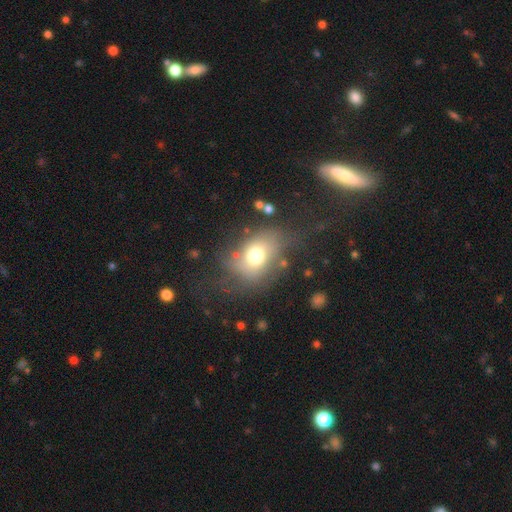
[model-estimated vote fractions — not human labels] smooth-or-featured: smooth: 63% | featured or disk: 24% | star or artifact: 13%
  how-rounded: in between: 56% | round: 43% | cigar-shaped: 1%
  merging: none: 50% | minor disturbance: 23% | major disturbance: 22% | merger: 4%